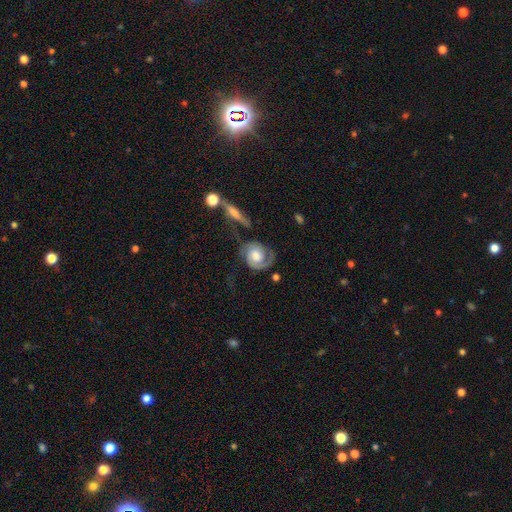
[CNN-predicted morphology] A featured or disk galaxy (80%) with no bar (69%), 2 (65%) tight (54%) spiral arms (94%) and a moderate central bulge (45%).

Vote fractions:
- Smooth or featured? featured or disk: 80% / smooth: 15% / star or artifact: 5%
- Edge-on disk? no: 97% / yes: 3%
- Bar? no: 69% / weak: 25% / strong: 6%
- Spiral arms? yes: 94% / no: 6%
- Spiral winding? tight: 54% / medium: 35% / loose: 12%
- Spiral arm count? 2: 65% / 1: 26% / can't tell: 6% / 3: 2% / 4: 1% / more than 4: 1%
- Bulge size? moderate: 45% / large: 38% / small: 9% / none: 4% / dominant: 4%
- Merging? none: 59% / minor disturbance: 20% / major disturbance: 15% / merger: 6%